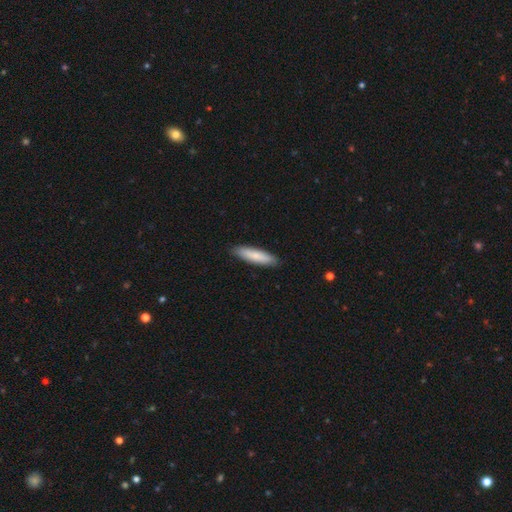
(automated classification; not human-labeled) The model was most divided on "how rounded": cigar-shaped: 75%, in between: 23%, round: 1%. More confident: merging — none (89%); smooth or featured — smooth (79%).